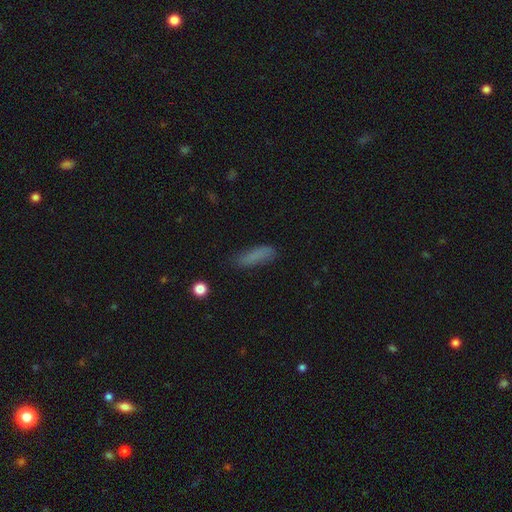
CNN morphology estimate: A smooth galaxy with no disk features (79%) that is cigar-shaped (57%).

Vote fractions:
- Smooth or featured? smooth: 79% / star or artifact: 11% / featured or disk: 10%
- How rounded? cigar-shaped: 57% / in between: 41% / round: 2%
- Merging? none: 74% / minor disturbance: 18% / major disturbance: 5% / merger: 2%